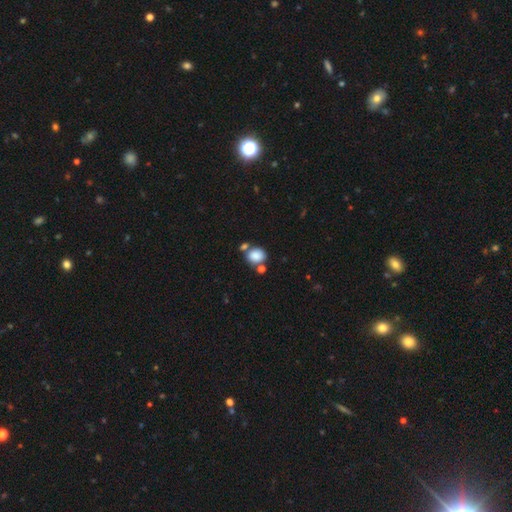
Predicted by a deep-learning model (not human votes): This appears to be a smooth galaxy with no disk features (84%) that is round (54%). Merging: none (59%).